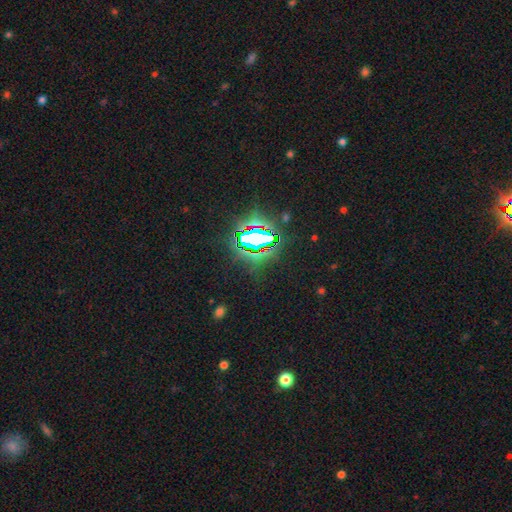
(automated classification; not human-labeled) star or artifact 85%, smooth 9%, featured or disk 6%.